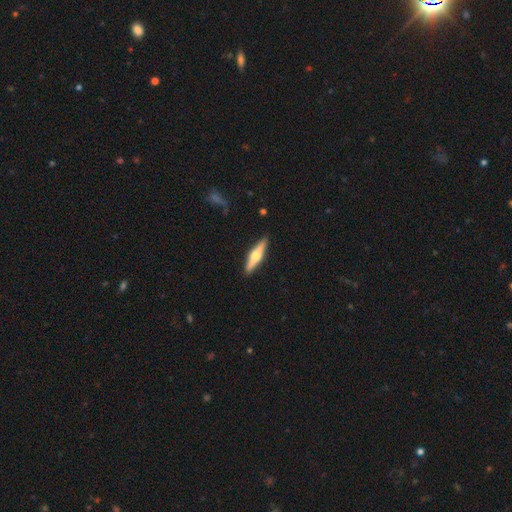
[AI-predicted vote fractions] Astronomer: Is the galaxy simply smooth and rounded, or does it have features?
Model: featured or disk — 60% (runner-up: smooth, 35%).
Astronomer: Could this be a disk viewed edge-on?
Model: yes — 96%.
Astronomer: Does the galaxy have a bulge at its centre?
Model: rounded — 94%.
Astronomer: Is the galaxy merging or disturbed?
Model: none — 90%.